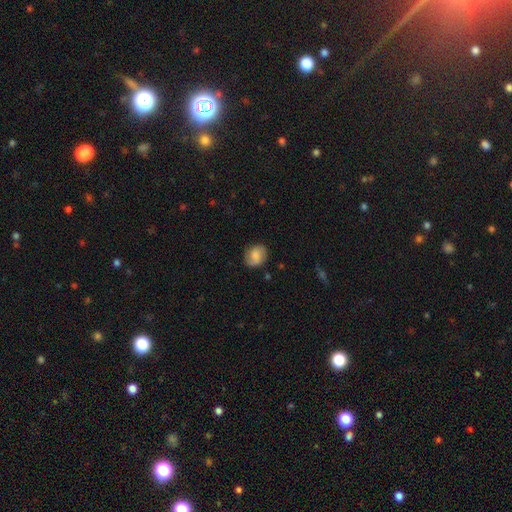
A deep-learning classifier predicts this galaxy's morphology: Smooth or featured? smooth (63%)
How rounded? round (58%)
Merging? none (77%)